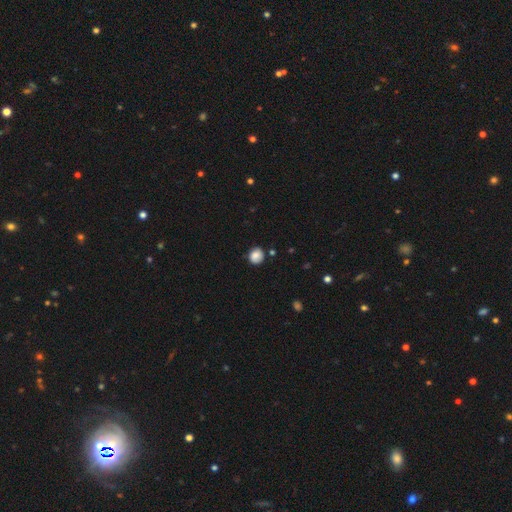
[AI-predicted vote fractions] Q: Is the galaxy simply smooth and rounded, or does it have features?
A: smooth — 83%.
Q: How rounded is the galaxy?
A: round — 81%.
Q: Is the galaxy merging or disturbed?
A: none — 80%.